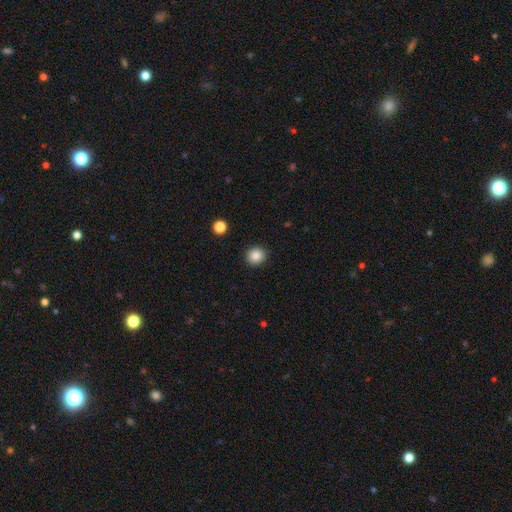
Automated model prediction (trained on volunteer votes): smooth 85%, star or artifact 10%, featured or disk 4%. Down the decision tree: how rounded — round (87%); merging — none (90%).